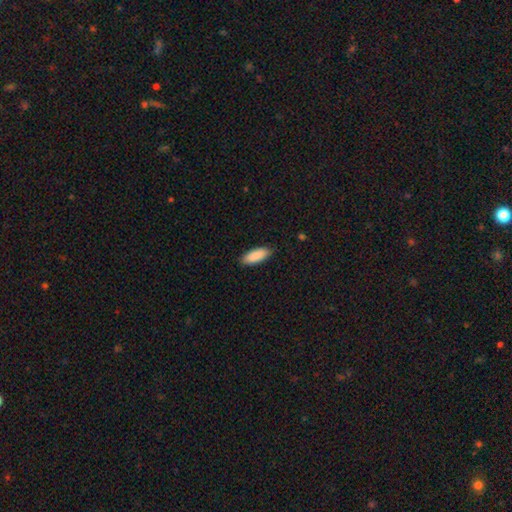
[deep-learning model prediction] Q: Smooth or featured?
A: smooth (90%); runner-up: star or artifact (6%)
Q: How rounded?
A: in between (73%); runner-up: cigar-shaped (25%)
Q: Merging?
A: none (86%); runner-up: minor disturbance (11%)